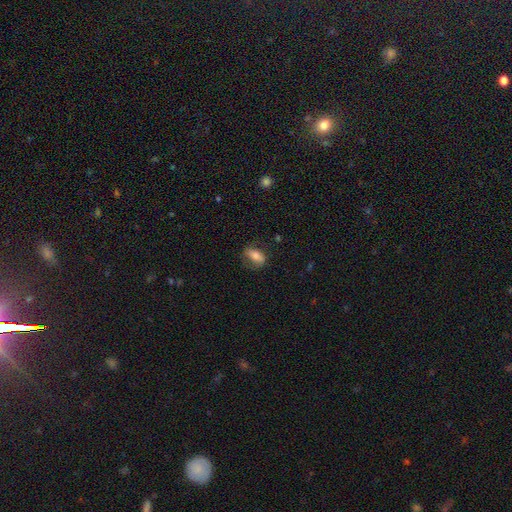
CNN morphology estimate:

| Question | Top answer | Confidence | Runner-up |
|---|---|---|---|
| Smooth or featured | smooth | 67% | featured or disk (24%) |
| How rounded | in between | 82% | round (10%) |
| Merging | none | 63% | minor disturbance (23%) |